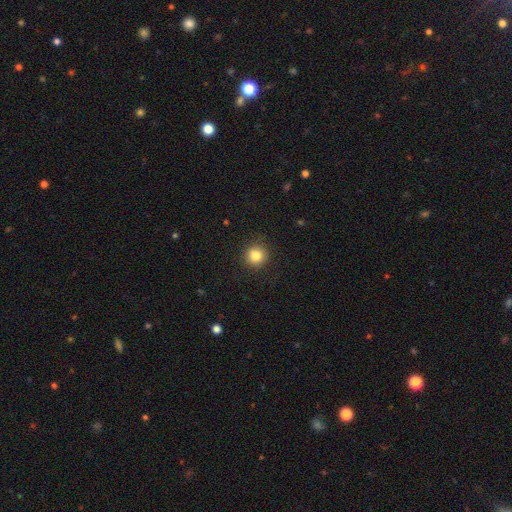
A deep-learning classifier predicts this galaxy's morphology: Smooth or featured: smooth — 83% (star or artifact — 11%)
How rounded: round — 92% (in between — 7%)
Merging: none — 90% (minor disturbance — 6%)